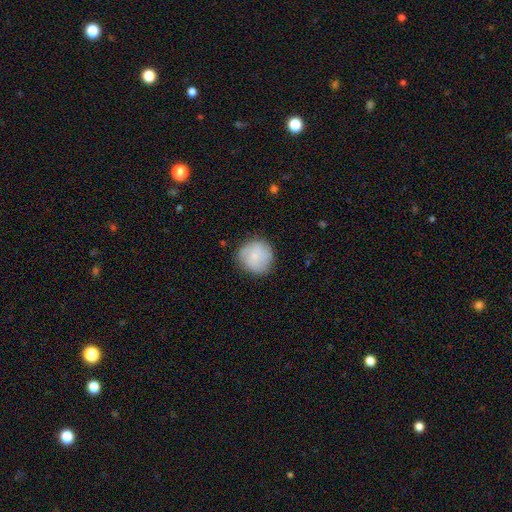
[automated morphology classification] Smooth or featured? smooth (73%)
How rounded? round (92%)
Merging? none (79%)